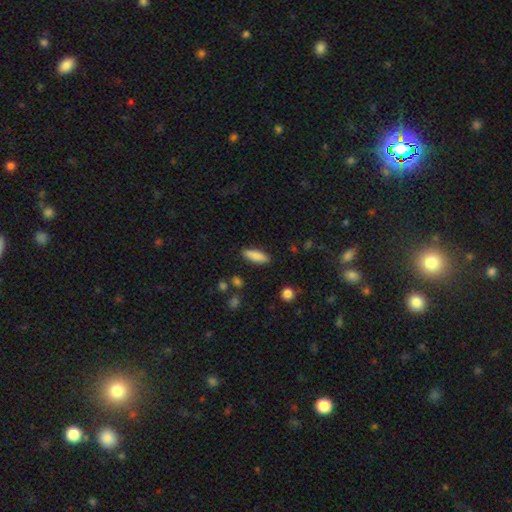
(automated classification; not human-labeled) smooth-or-featured: smooth: 84% | featured or disk: 9% | star or artifact: 6%
  how-rounded: in between: 52% | cigar-shaped: 47% | round: 2%
  merging: none: 87% | minor disturbance: 9% | major disturbance: 2% | merger: 2%